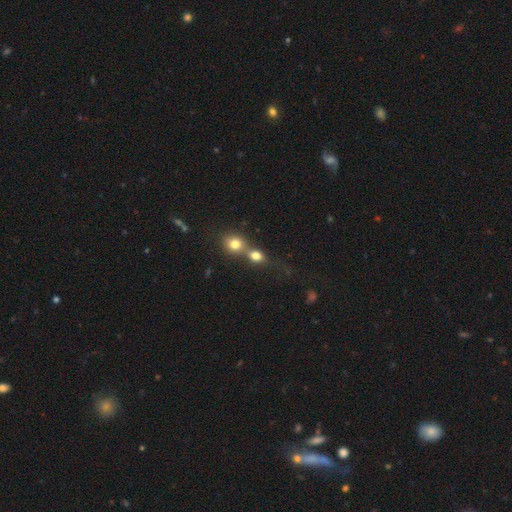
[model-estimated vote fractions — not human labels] smooth 76%, star or artifact 13%, featured or disk 12%. Down the decision tree: how rounded — round (63%); merging — merger (61%).